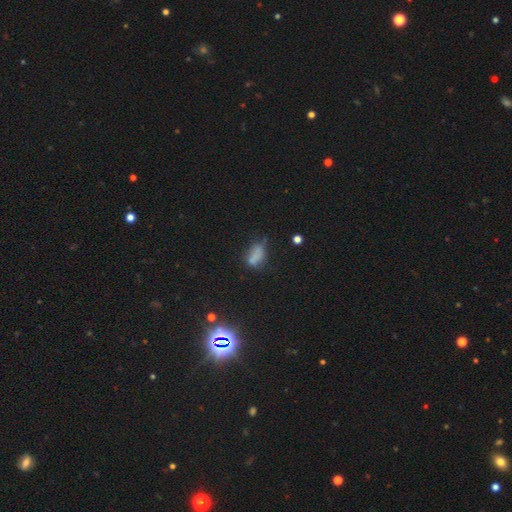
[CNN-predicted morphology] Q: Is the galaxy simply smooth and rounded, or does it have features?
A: smooth — 65%.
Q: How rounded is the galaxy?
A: in between — 81%.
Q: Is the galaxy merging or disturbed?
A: none — 38%.